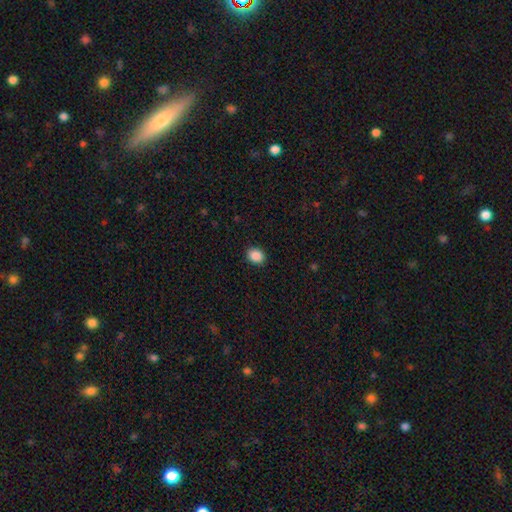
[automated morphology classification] This is clearly a smooth galaxy (89%). How rounded: possibly in between (51%). Merging: clearly none (90%).